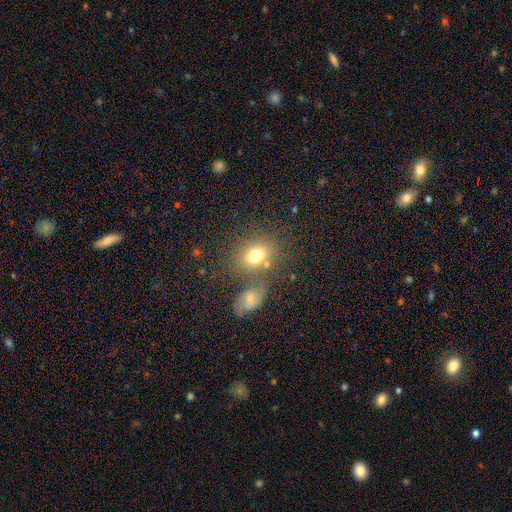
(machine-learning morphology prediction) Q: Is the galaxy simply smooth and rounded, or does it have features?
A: smooth — 71%.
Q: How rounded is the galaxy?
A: in between — 62%.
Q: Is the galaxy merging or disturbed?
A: none — 56%.